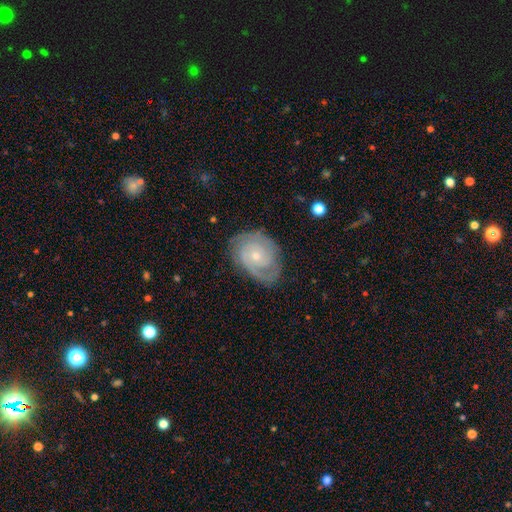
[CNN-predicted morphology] Smooth or featured?
  - featured or disk: 84% *
  - smooth: 11%
  - star or artifact: 5%
Edge-on disk?
  - no: 97% *
  - yes: 3%
Bar?
  - no: 75% *
  - weak: 21%
  - strong: 4%
Spiral arms?
  - yes: 95% *
  - no: 5%
Spiral winding?
  - tight: 62% *
  - medium: 31%
  - loose: 7%
Spiral arm count?
  - 2: 57% *
  - can't tell: 18%
  - 3: 14%
  - 1: 5%
  - 4: 3%
  - more than 4: 3%
Bulge size?
  - small: 70% *
  - moderate: 27%
  - none: 1%
  - large: 1%
  - dominant: 1%
Merging?
  - none: 76% *
  - minor disturbance: 17%
  - major disturbance: 6%
  - merger: 1%